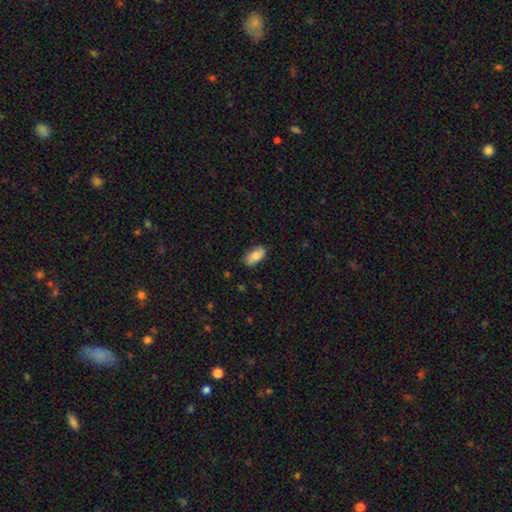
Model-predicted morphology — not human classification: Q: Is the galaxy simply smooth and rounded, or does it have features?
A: smooth — 79%.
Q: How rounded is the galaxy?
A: in between — 93%.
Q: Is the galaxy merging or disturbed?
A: none — 79%.